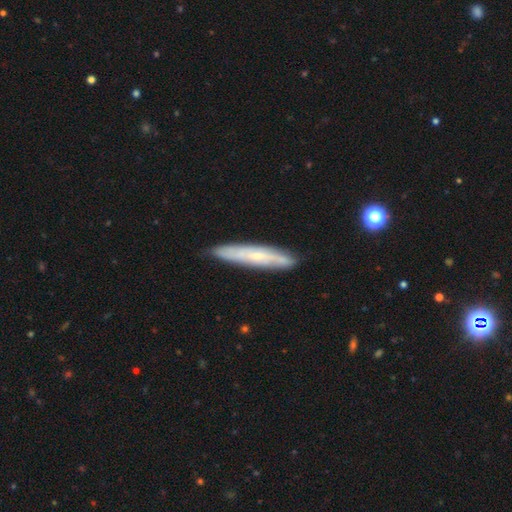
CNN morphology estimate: Smooth or featured?
  - featured or disk: 56% *
  - smooth: 38%
  - star or artifact: 6%
Edge-on disk?
  - yes: 64% *
  - no: 36%
Merging?
  - none: 85% *
  - minor disturbance: 12%
  - major disturbance: 2%
  - merger: 1%